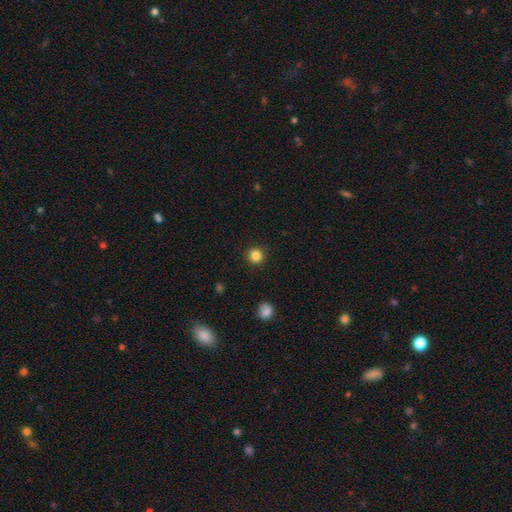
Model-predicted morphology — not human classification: Overall: smooth (85%). How rounded: round (94%). Merging: none (92%).